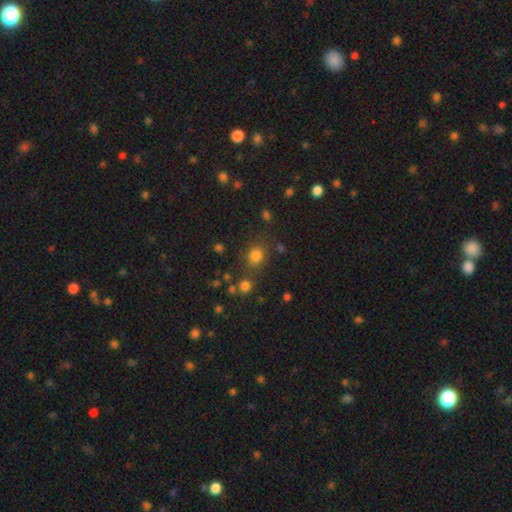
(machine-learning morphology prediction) A smooth galaxy with no disk features (77%) that is round (76%).

Vote fractions:
- Smooth or featured? smooth: 77% / star or artifact: 16% / featured or disk: 6%
- How rounded? round: 76% / in between: 23% / cigar-shaped: 1%
- Merging? none: 73% / minor disturbance: 12% / merger: 10% / major disturbance: 6%